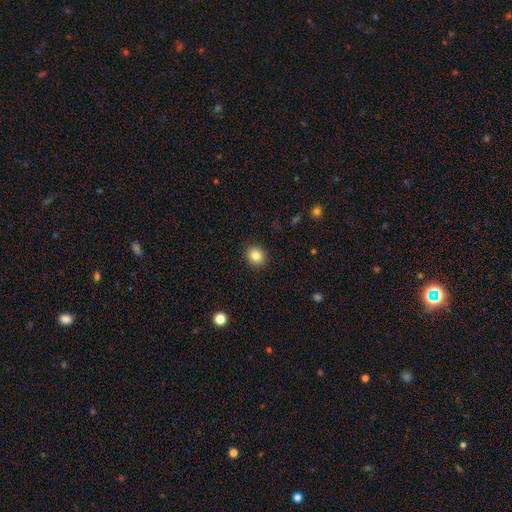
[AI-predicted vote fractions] smooth_or_featured: smooth (p=0.84) [alt: star or artifact p=0.10]
how_rounded: round (p=0.79) [alt: in between p=0.21]
merging: none (p=0.91) [alt: minor disturbance p=0.06]